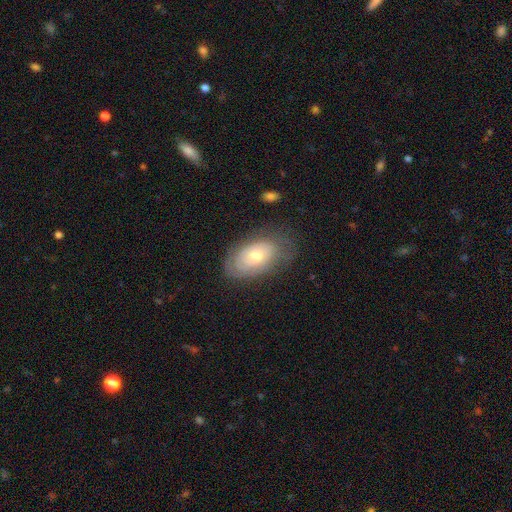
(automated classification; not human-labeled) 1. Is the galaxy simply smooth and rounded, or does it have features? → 51% featured or disk, 41% smooth, 8% star or artifact.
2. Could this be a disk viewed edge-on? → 91% no, 9% yes.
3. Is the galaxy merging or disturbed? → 70% none, 20% minor disturbance, 8% major disturbance, 1% merger.